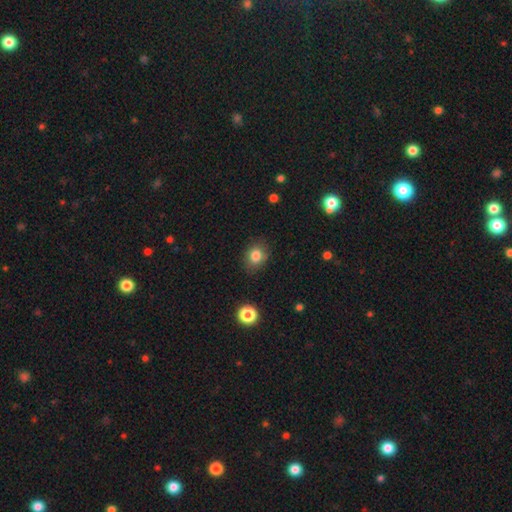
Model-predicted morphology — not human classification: smooth_or_featured: smooth (p=0.82) [alt: star or artifact p=0.11]
how_rounded: round (p=0.54) [alt: in between p=0.45]
merging: none (p=0.82) [alt: minor disturbance p=0.13]